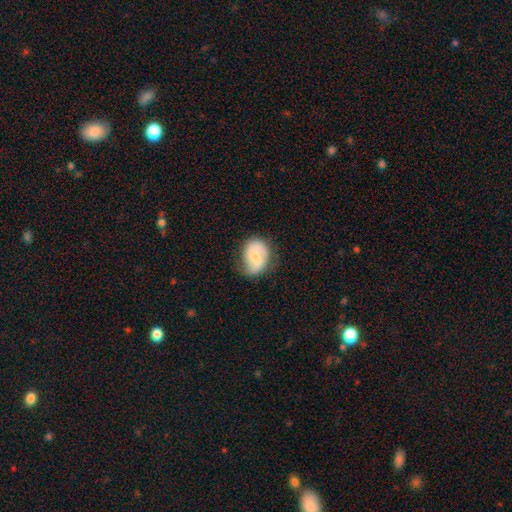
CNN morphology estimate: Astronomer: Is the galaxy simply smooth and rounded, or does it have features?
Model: featured or disk — 50% (runner-up: smooth, 43%).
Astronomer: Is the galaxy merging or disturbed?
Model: none — 53% (runner-up: minor disturbance, 32%).